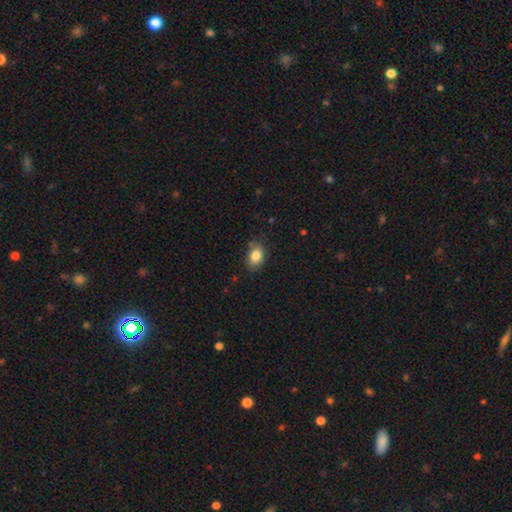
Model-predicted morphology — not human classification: Smooth or featured? smooth (84%)
How rounded? in between (79%)
Merging? none (77%)